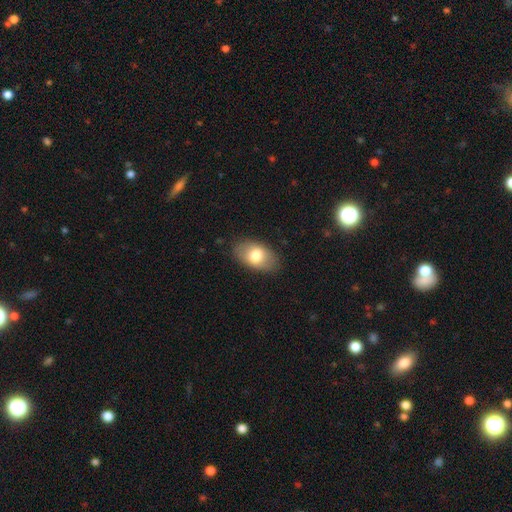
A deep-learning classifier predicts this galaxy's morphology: smooth 74%, featured or disk 19%, star or artifact 7%. Down the decision tree: how rounded — in between (91%); merging — none (85%).